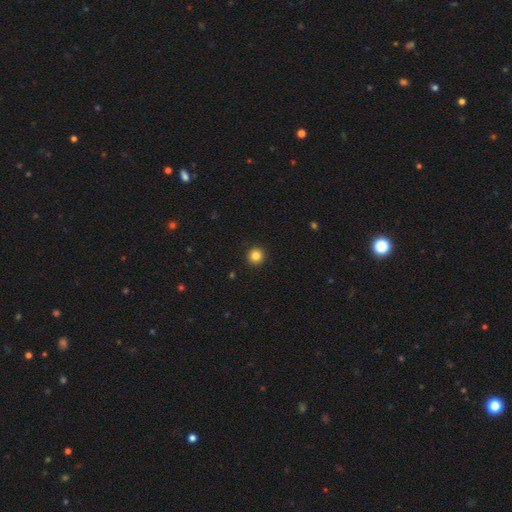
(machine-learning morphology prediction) This appears to be a smooth galaxy with no disk features (84%) that is round (95%). Merging: none (93%).